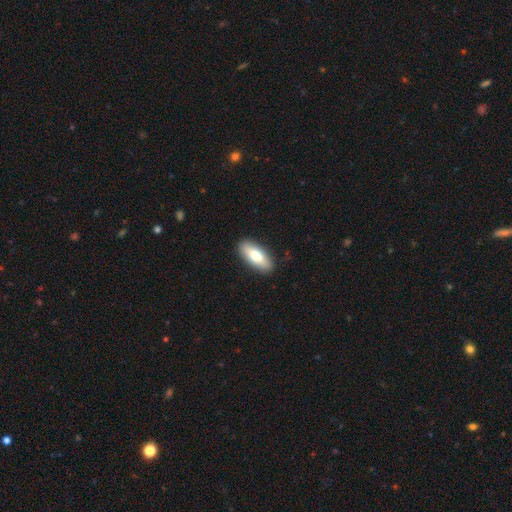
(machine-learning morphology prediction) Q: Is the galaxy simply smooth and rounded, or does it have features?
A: smooth — 77%.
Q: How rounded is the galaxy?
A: in between — 77%.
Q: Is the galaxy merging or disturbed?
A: none — 88%.